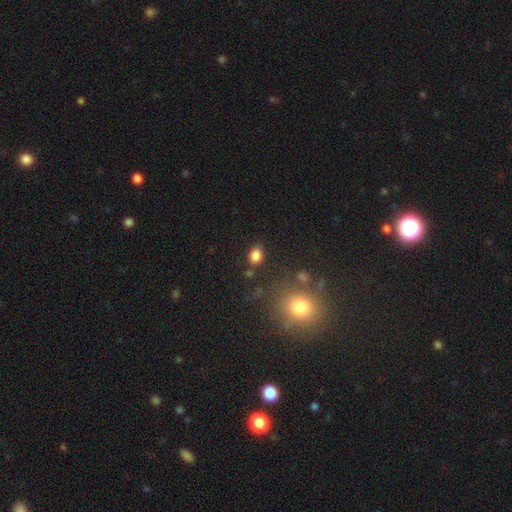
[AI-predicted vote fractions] Smooth or featured? smooth (83%)
How rounded? in between (64%)
Merging? none (78%)